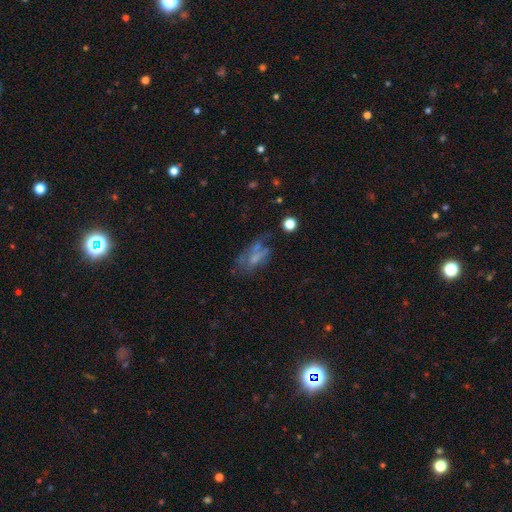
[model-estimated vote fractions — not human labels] Smooth or featured?
  - smooth: 42% *
  - featured or disk: 39%
  - star or artifact: 19%
Merging?
  - none: 38% *
  - major disturbance: 30%
  - minor disturbance: 23%
  - merger: 9%